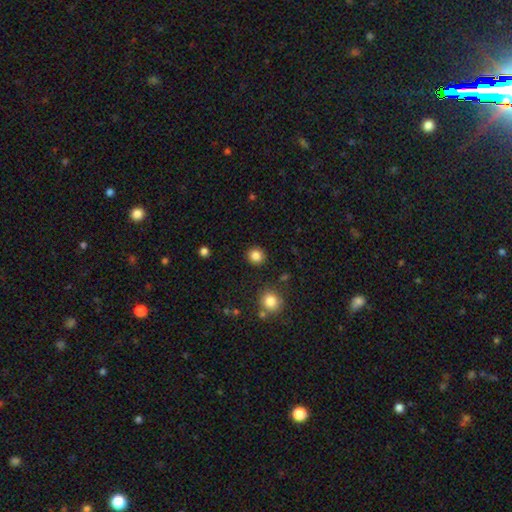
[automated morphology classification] smooth-or-featured: smooth: 85% | star or artifact: 11% | featured or disk: 4%
  how-rounded: round: 90% | in between: 9% | cigar-shaped: 1%
  merging: none: 90% | minor disturbance: 6% | major disturbance: 2% | merger: 2%